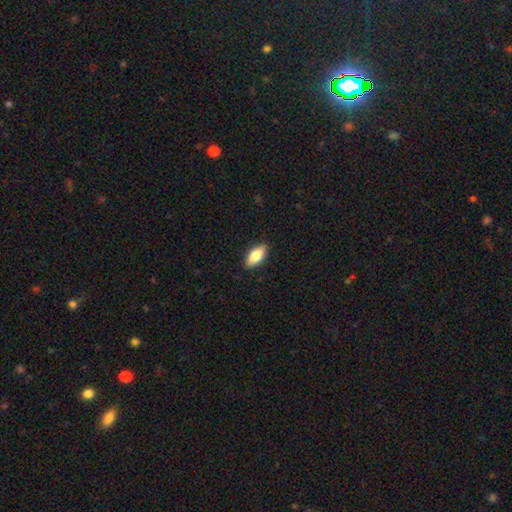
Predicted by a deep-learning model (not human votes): The model was most divided on "smooth or featured": smooth: 73%, featured or disk: 20%, star or artifact: 7%. More confident: merging — none (87%); how rounded — in between (85%).